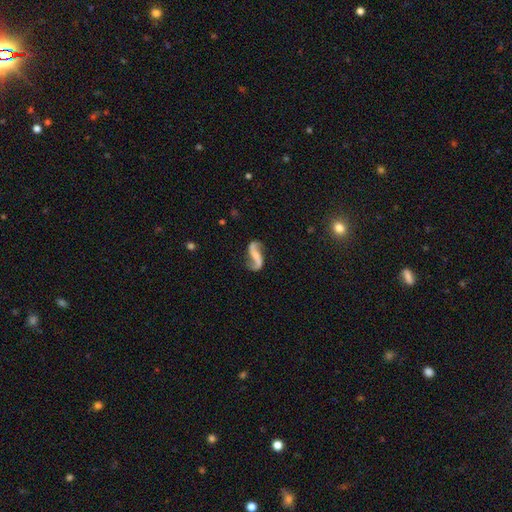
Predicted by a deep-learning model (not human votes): smooth-or-featured: featured or disk: 85% | smooth: 9% | star or artifact: 6%
  disk-edge-on: no: 96% | yes: 4%
    bar: no: 38% | weak: 32% | strong: 30%
    has-spiral-arms: yes: 95% | no: 5%
      spiral-winding: loose: 85% | medium: 12% | tight: 3%
      spiral-arm-count: 2: 93% | 1: 3% | can't tell: 2% | 3: 1% | 4: 1% | more than 4: 1%
    bulge-size: none: 51% | small: 29% | moderate: 14% | large: 4% | dominant: 2%
  merging: none: 74% | minor disturbance: 14% | major disturbance: 8% | merger: 3%